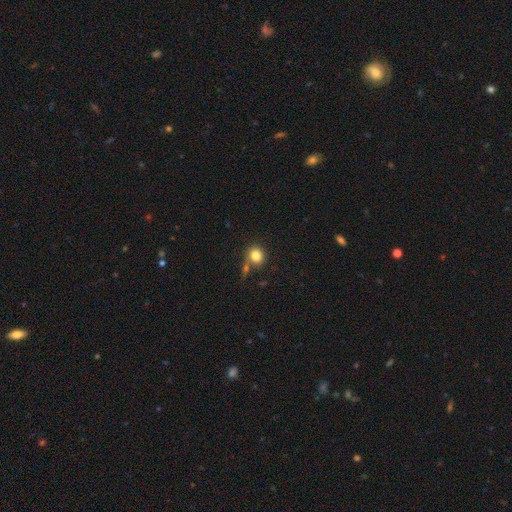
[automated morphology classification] This appears to be a smooth galaxy with no disk features (82%) that is round (73%). Merging: none (61%).